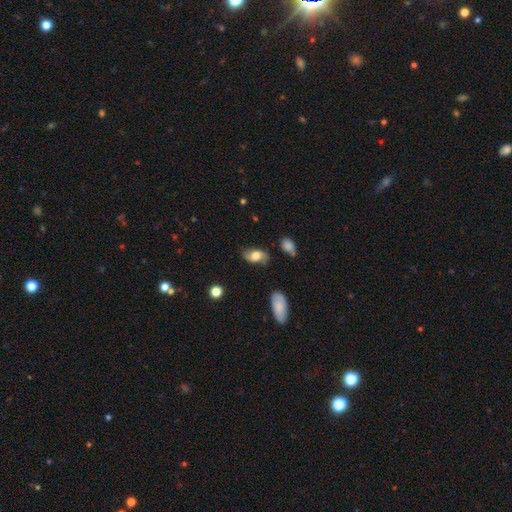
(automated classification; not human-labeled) A smooth galaxy with no disk features (58%) that is in between round and cigar-shaped (89%).

Vote fractions:
- Smooth or featured? smooth: 58% / featured or disk: 34% / star or artifact: 8%
- How rounded? in between: 89% / round: 8% / cigar-shaped: 3%
- Merging? none: 72% / minor disturbance: 20% / major disturbance: 6% / merger: 2%